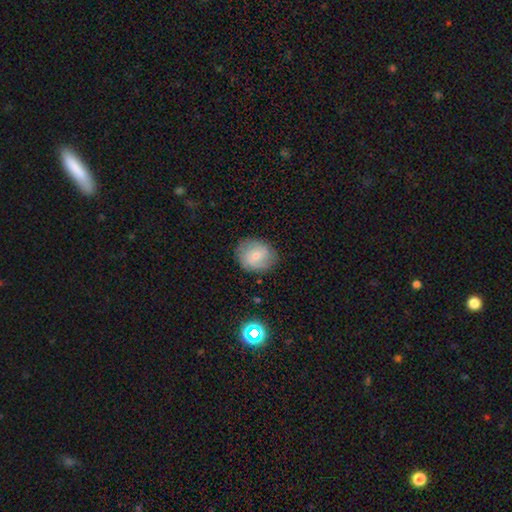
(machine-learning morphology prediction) type=smooth (57%); roundness=round (65%); merging=none (80%).